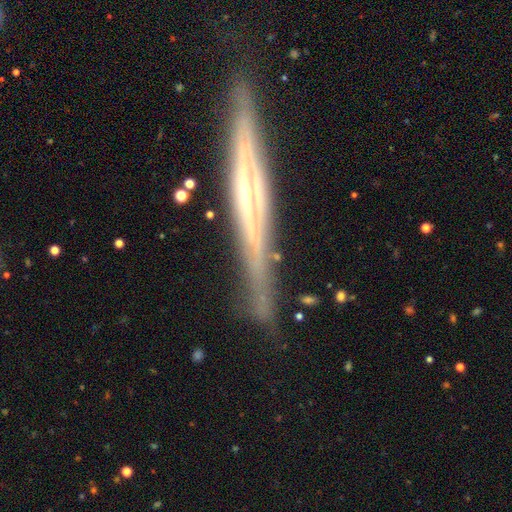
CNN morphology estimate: Q: Smooth or featured?
A: featured or disk (84%); runner-up: smooth (9%)
Q: Edge-on disk?
A: yes (95%); runner-up: no (5%)
Q: Edge-on bulge?
A: rounded (57%); runner-up: none (29%)
Q: Merging?
A: none (85%); runner-up: minor disturbance (11%)